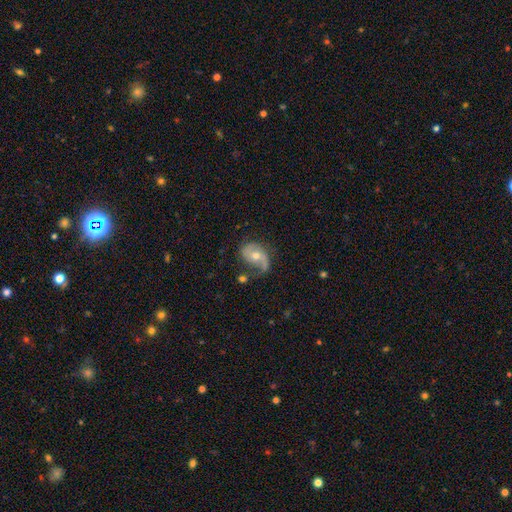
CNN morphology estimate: Smooth or featured: featured or disk — 68% (smooth — 25%)
Edge-on disk: no — 96% (yes — 4%)
Bar: no — 67% (weak — 26%)
Spiral arms: yes — 87% (no — 13%)
Spiral winding: loose — 46% (medium — 36%)
Spiral arm count: 2 — 54% (1 — 37%)
Bulge size: moderate — 63% (small — 32%)
Merging: none — 45% (minor disturbance — 28%)